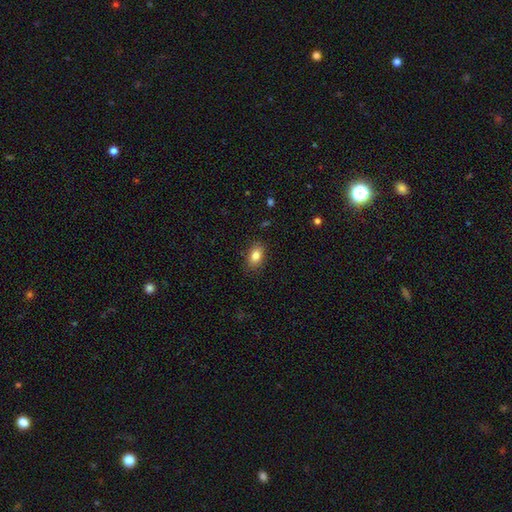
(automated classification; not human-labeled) Overall: smooth (84%). How rounded: in between (84%). Merging: none (86%).